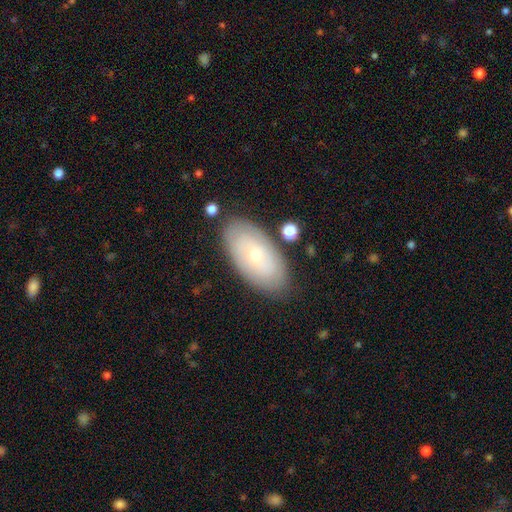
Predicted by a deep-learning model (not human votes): The model was most divided on "smooth or featured": smooth: 51%, featured or disk: 42%, star or artifact: 7%. More confident: how rounded — in between (94%); merging — none (82%).